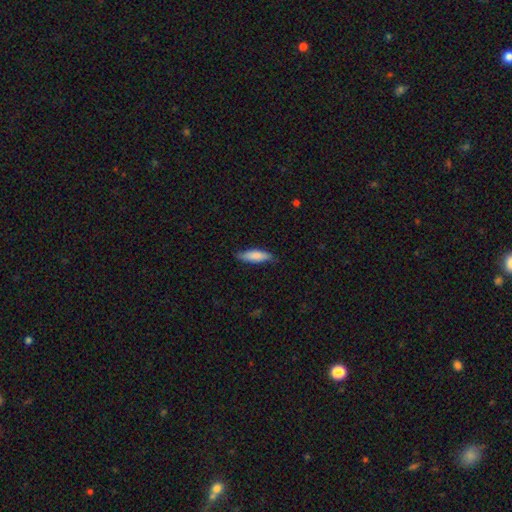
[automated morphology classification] Smooth or featured: smooth — 82% (featured or disk — 13%)
How rounded: cigar-shaped — 57% (in between — 42%)
Merging: none — 81% (minor disturbance — 16%)